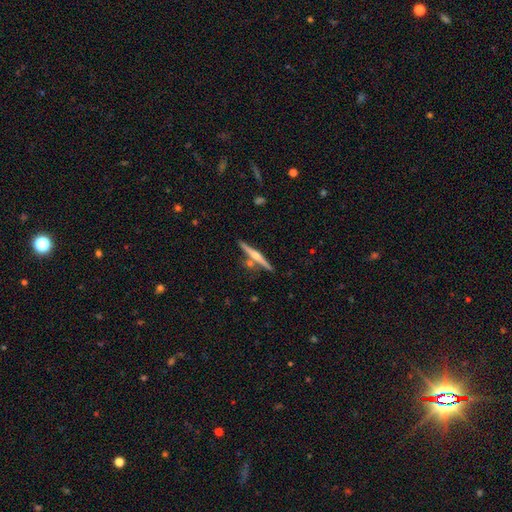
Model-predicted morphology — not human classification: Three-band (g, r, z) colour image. It shows a featured or disk galaxy (66%) viewed edge-on (98%) with a rounded central bulge (82%). Merging: none (82%).